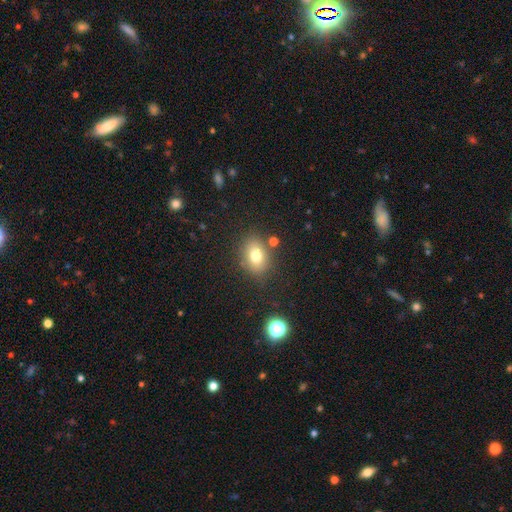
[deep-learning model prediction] smooth 75%, featured or disk 12%, star or artifact 12%. Down the decision tree: how rounded — in between (65%); merging — none (78%).